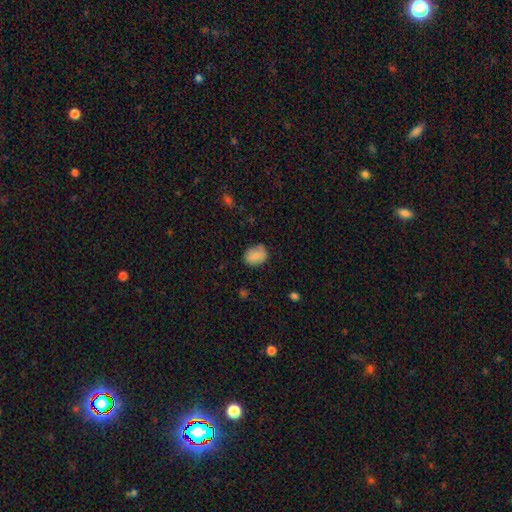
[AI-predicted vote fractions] Smooth or featured?
  - smooth: 84% *
  - star or artifact: 9%
  - featured or disk: 8%
How rounded?
  - in between: 68% *
  - round: 31%
  - cigar-shaped: 1%
Merging?
  - none: 71% *
  - minor disturbance: 22%
  - major disturbance: 5%
  - merger: 2%